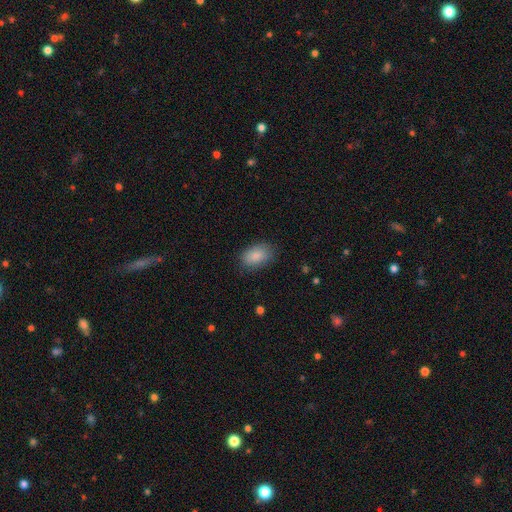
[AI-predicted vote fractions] smooth-or-featured: smooth: 87% | star or artifact: 7% | featured or disk: 6%
  how-rounded: in between: 90% | round: 9% | cigar-shaped: 1%
  merging: none: 81% | minor disturbance: 14% | major disturbance: 4% | merger: 1%